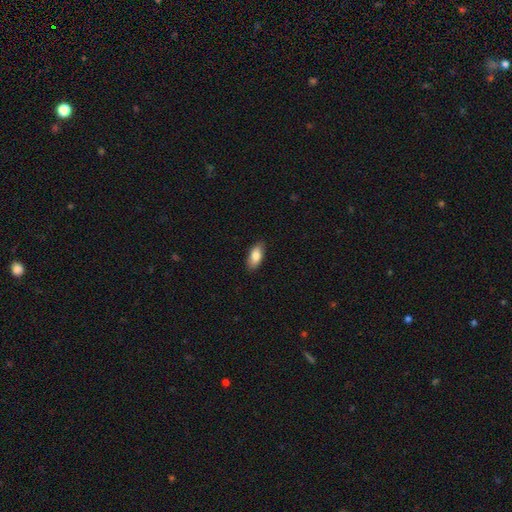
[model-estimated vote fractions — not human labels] A smooth galaxy with no disk features (83%) that is in between round and cigar-shaped (88%). Merging: none (86%).